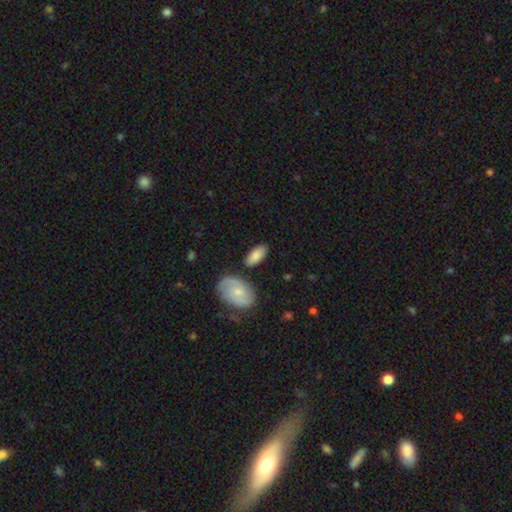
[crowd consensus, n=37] Morphology: type=smooth (70%); roundness=in between (100%); merging=none (81%).